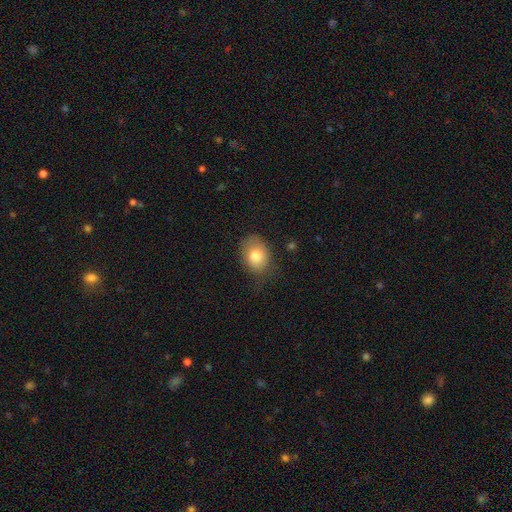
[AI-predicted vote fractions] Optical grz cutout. It shows a smooth galaxy with no disk features (79%) that is in between round and cigar-shaped (61%). Merging: none (63%).